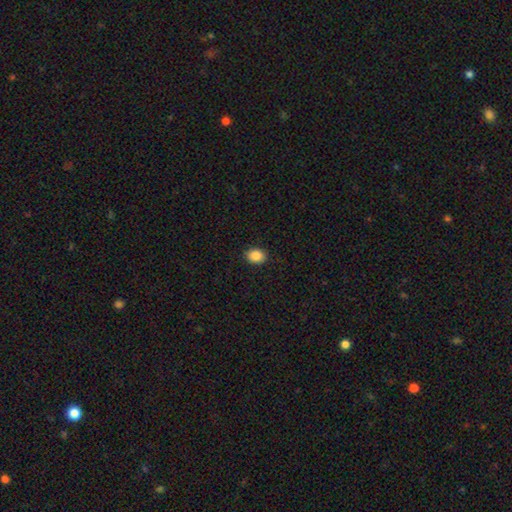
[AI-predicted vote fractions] A smooth galaxy with no disk features (88%) that is in between round and cigar-shaped (58%).

Vote fractions:
- Smooth or featured? smooth: 88% / star or artifact: 9% / featured or disk: 3%
- How rounded? in between: 58% / round: 41% / cigar-shaped: 1%
- Merging? none: 89% / minor disturbance: 8% / major disturbance: 2% / merger: 1%